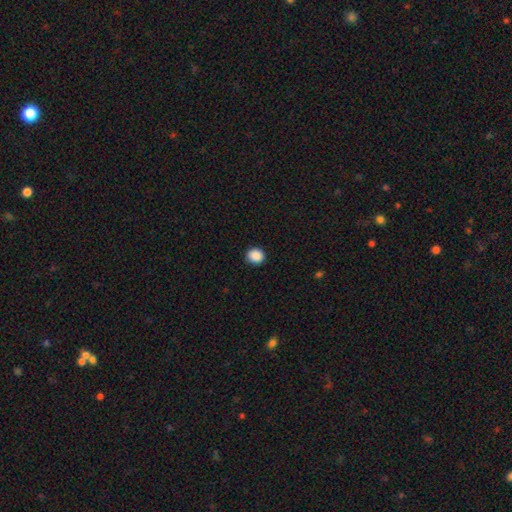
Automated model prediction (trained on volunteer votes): Smooth or featured: smooth — 89% (star or artifact — 9%)
How rounded: round — 78% (in between — 21%)
Merging: none — 91% (minor disturbance — 6%)